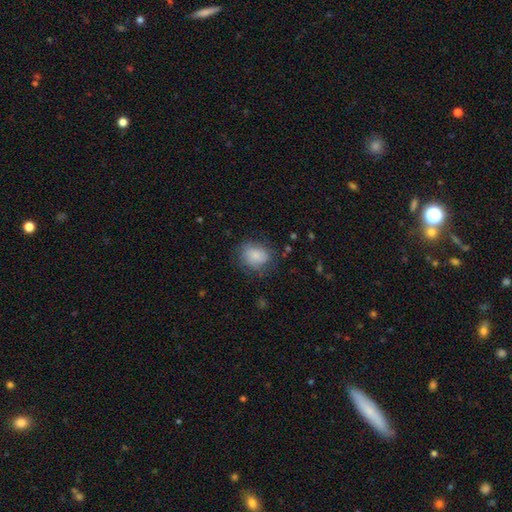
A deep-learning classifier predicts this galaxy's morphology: This is likely a smooth galaxy (79%). How rounded: possibly round (55%). Merging: likely none (68%).